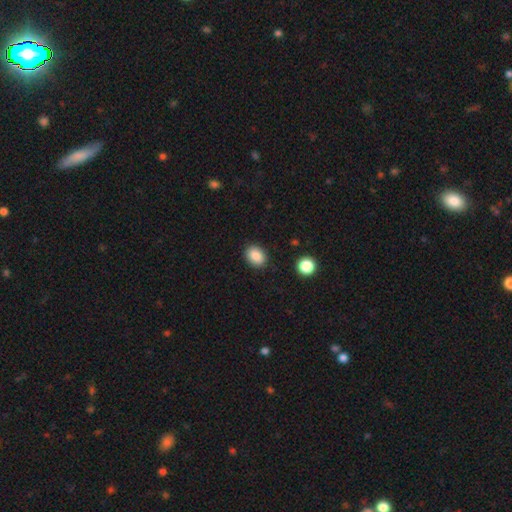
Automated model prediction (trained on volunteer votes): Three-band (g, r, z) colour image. It shows a smooth galaxy with no disk features (87%) that is in between round and cigar-shaped (63%). Merging: none (88%).